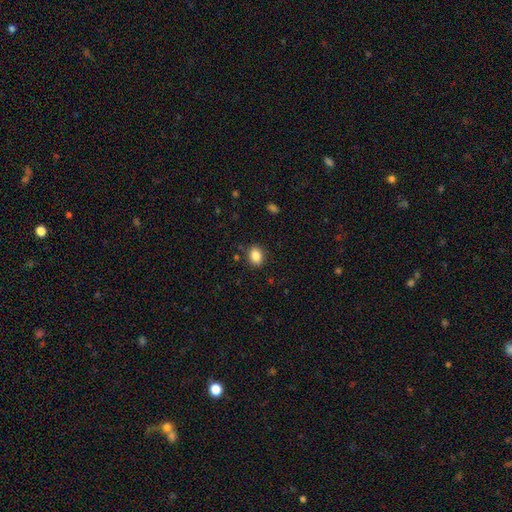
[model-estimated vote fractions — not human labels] Q: Smooth or featured?
A: smooth (86%); runner-up: star or artifact (9%)
Q: How rounded?
A: in between (68%); runner-up: round (31%)
Q: Merging?
A: none (86%); runner-up: minor disturbance (10%)